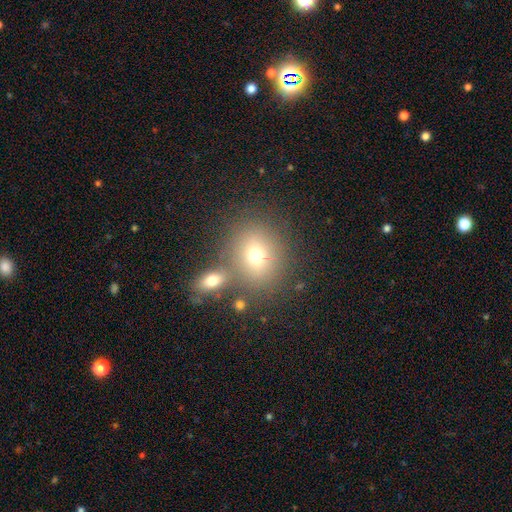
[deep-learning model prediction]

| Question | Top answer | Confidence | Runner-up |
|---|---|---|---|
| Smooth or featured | smooth | 69% | featured or disk (16%) |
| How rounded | round | 66% | in between (33%) |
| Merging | none | 63% | merger (21%) |